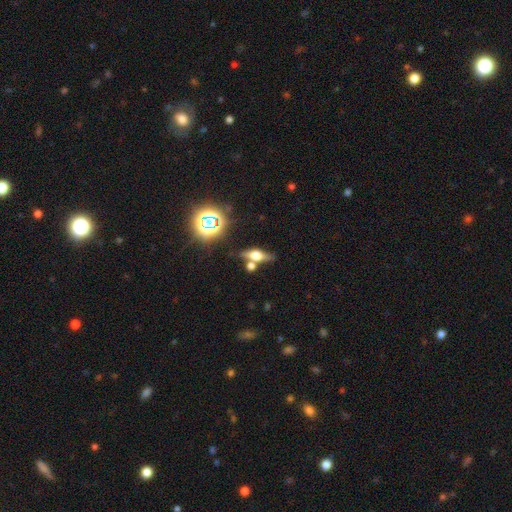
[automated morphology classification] smooth-or-featured: featured or disk: 48% | smooth: 35% | star or artifact: 16%
  merging: none: 64% | merger: 18% | minor disturbance: 13% | major disturbance: 5%